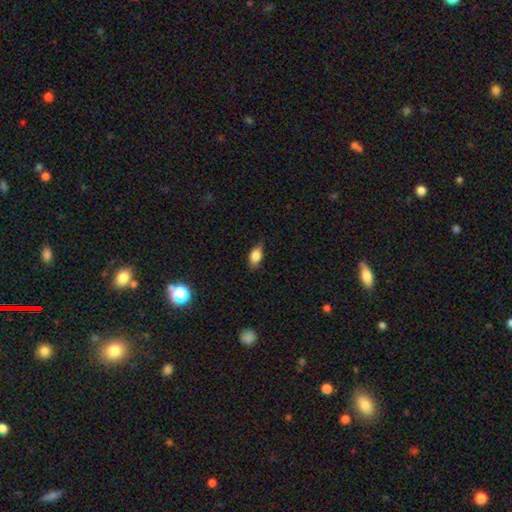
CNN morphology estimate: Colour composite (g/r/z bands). It shows a smooth galaxy with no disk features (82%) that is in between round and cigar-shaped (84%). Merging: none (74%).